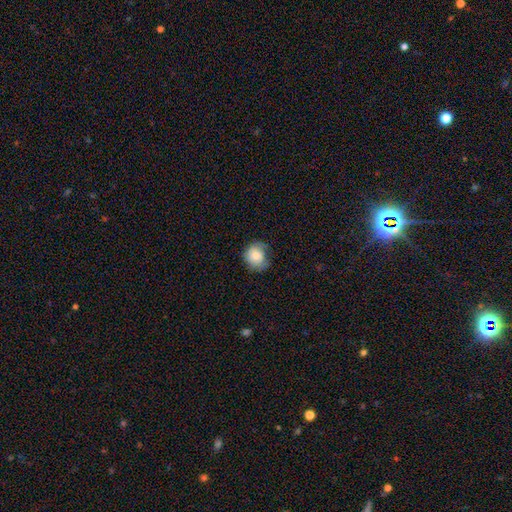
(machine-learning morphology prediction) Overall: smooth (79%). How rounded: round (73%). Merging: none (58%; minor disturbance 30%).